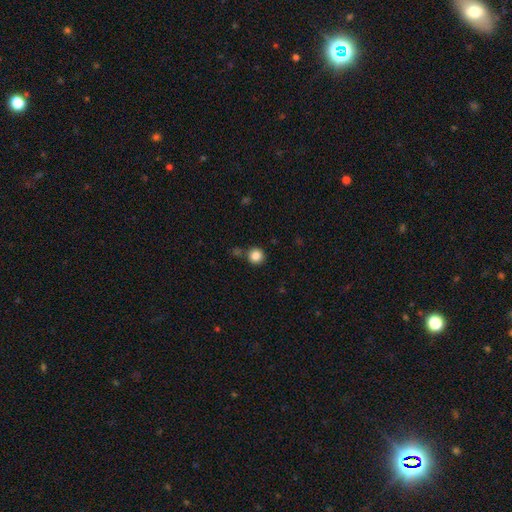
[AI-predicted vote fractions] smooth_or_featured: smooth (p=0.85) [alt: star or artifact p=0.11]
how_rounded: round (p=0.94) [alt: in between p=0.05]
merging: none (p=0.83) [alt: minor disturbance p=0.08]